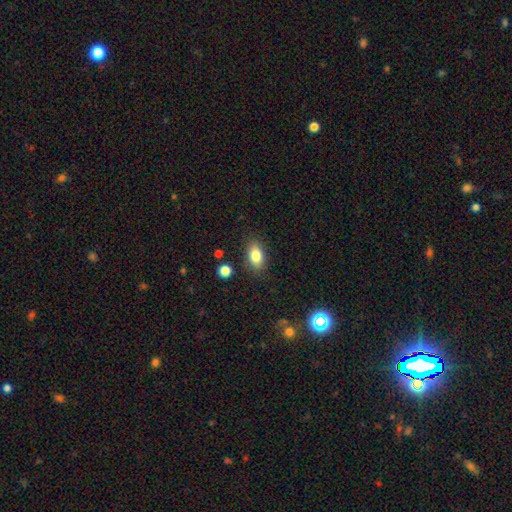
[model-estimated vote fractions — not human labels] A smooth galaxy with no disk features (82%) that is in between round and cigar-shaped (86%). Merging: none (85%).